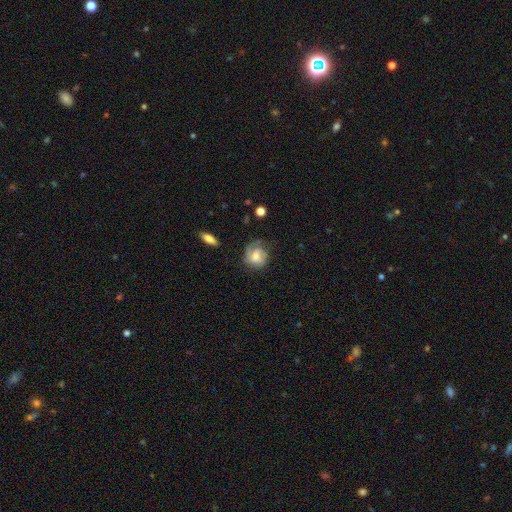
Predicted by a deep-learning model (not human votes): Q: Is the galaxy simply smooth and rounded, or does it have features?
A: featured or disk — 58%.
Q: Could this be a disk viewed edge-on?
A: no — 96%.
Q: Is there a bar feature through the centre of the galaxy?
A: no — 49%.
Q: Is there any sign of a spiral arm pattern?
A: yes — 86%.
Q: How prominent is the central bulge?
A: moderate — 57%.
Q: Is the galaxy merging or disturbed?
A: none — 58%.